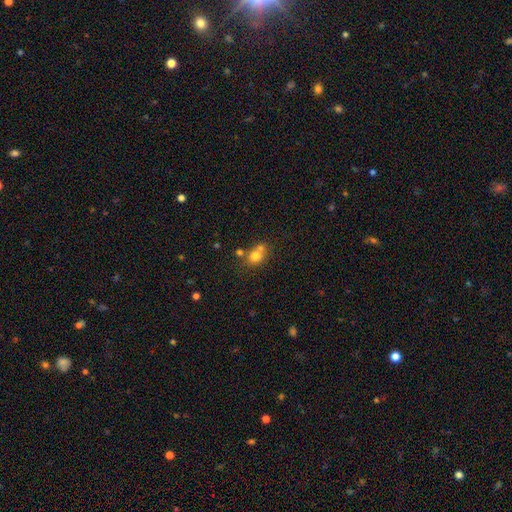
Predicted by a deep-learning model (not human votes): Smooth or featured? Predicted: smooth (p=0.75). How rounded? Predicted: round (p=0.66). Merging? Predicted: none (p=0.45).